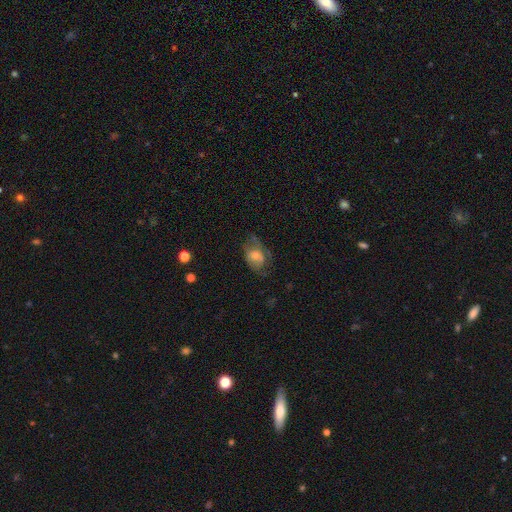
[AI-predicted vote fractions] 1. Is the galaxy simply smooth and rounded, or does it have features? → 52% smooth, 39% featured or disk, 9% star or artifact.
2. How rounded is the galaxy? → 73% in between, 26% round, 1% cigar-shaped.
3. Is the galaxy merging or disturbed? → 50% none, 27% minor disturbance, 22% major disturbance, 2% merger.